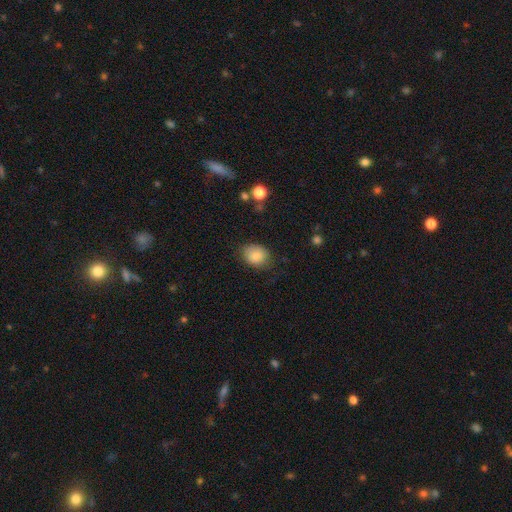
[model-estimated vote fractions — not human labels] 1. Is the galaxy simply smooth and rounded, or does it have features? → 86% smooth, 8% star or artifact, 6% featured or disk.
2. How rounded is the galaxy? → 57% in between, 43% round, 1% cigar-shaped.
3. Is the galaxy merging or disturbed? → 73% none, 20% minor disturbance, 6% major disturbance, 1% merger.